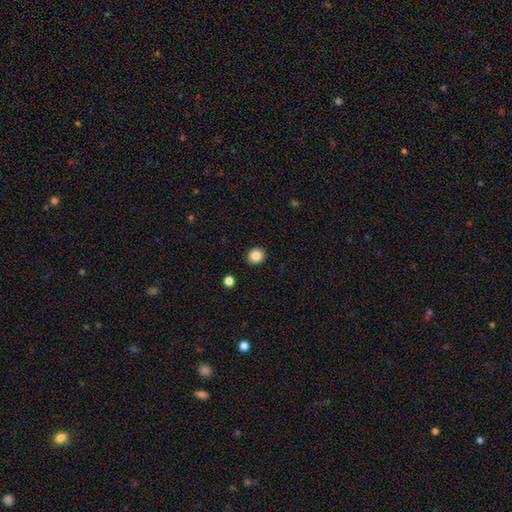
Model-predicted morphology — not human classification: This is clearly a smooth galaxy (86%). How rounded: likely round (76%). Merging: clearly none (91%).